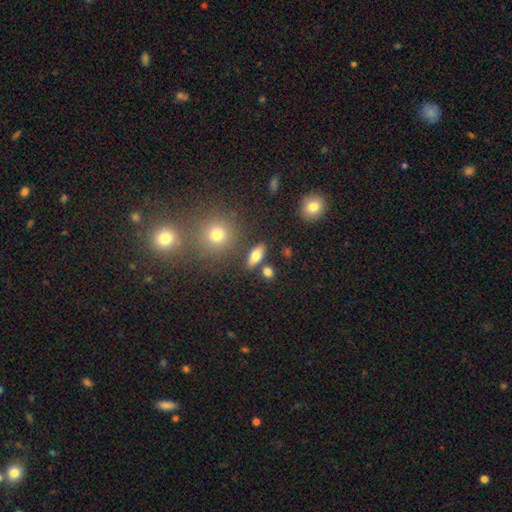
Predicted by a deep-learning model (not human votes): smooth-or-featured: smooth: 75% | featured or disk: 15% | star or artifact: 10%
  how-rounded: in between: 74% | cigar-shaped: 19% | round: 7%
  merging: none: 79% | minor disturbance: 10% | merger: 8% | major disturbance: 3%